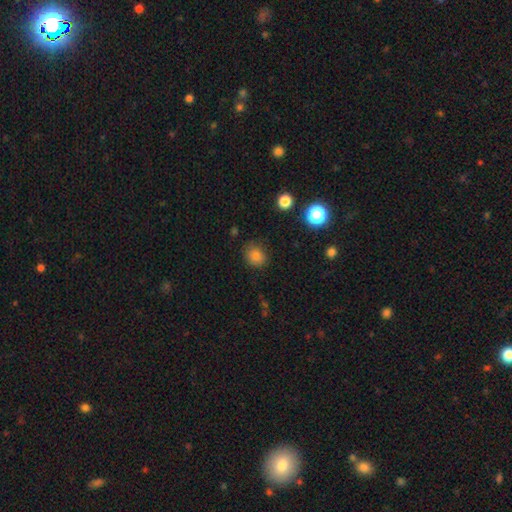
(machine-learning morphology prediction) Smooth or featured?
  - smooth: 80% *
  - star or artifact: 13%
  - featured or disk: 7%
How rounded?
  - round: 69% *
  - in between: 31%
  - cigar-shaped: 1%
Merging?
  - none: 80% *
  - minor disturbance: 15%
  - major disturbance: 4%
  - merger: 2%